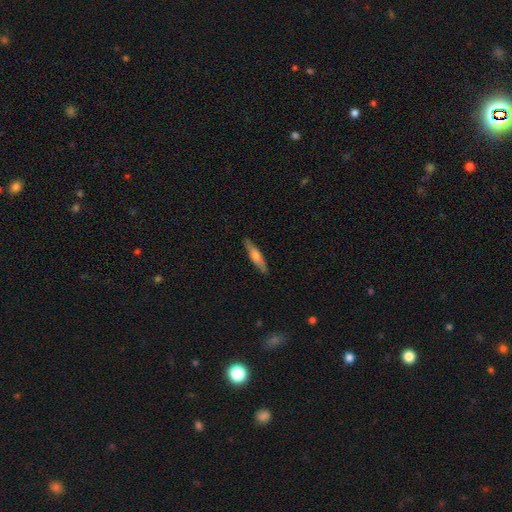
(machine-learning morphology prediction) A smooth galaxy with no disk features (58%) that is cigar-shaped (82%). Merging: none (86%).